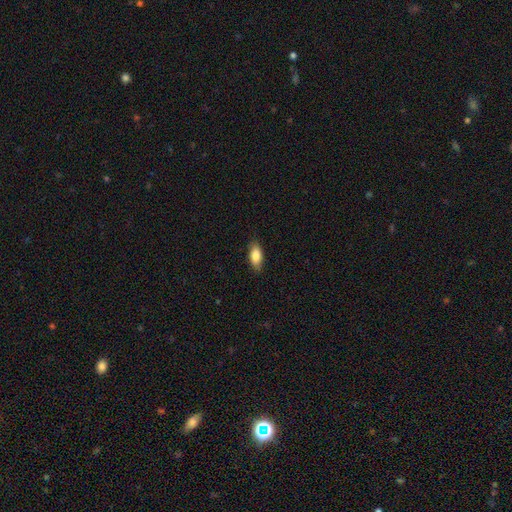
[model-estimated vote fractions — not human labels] Overall: smooth (82%). How rounded: in between (84%). Merging: none (86%).